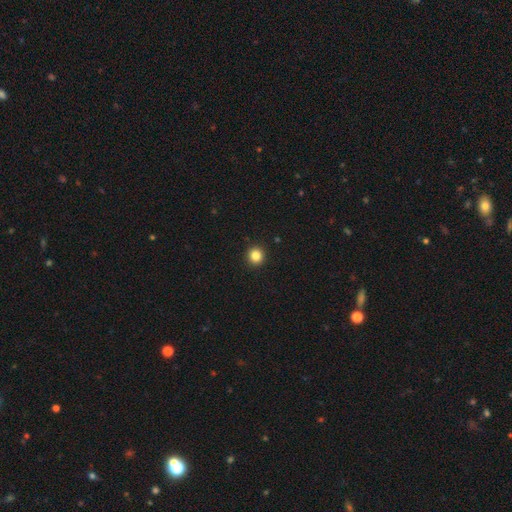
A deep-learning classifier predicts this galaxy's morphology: Q: Smooth or featured?
A: smooth (84%); runner-up: star or artifact (11%)
Q: How rounded?
A: round (94%); runner-up: in between (5%)
Q: Merging?
A: none (93%); runner-up: minor disturbance (4%)